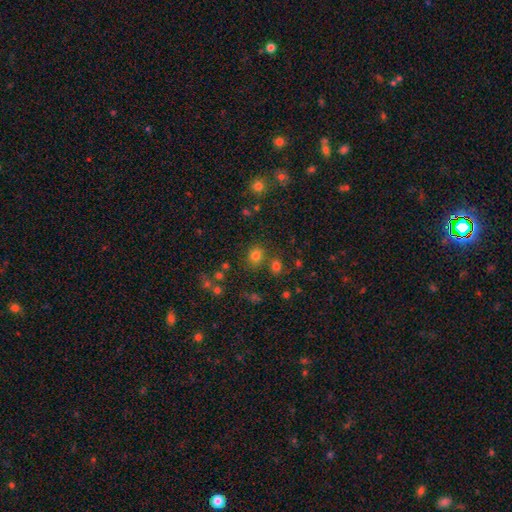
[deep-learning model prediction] smooth_or_featured: smooth (p=0.76) [alt: star or artifact p=0.17]
how_rounded: round (p=0.71) [alt: in between p=0.28]
merging: none (p=0.75) [alt: minor disturbance p=0.11]